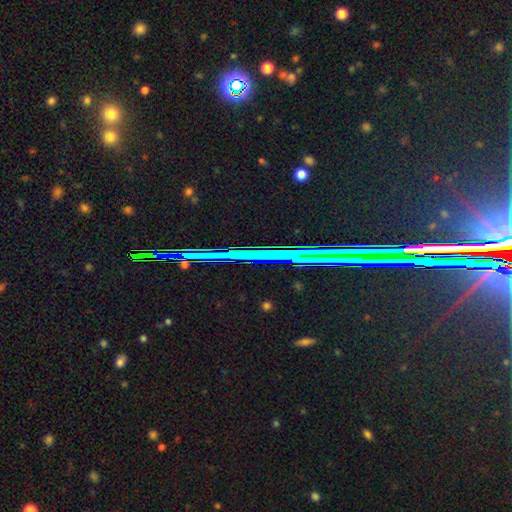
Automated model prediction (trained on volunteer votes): Smooth or featured?
  - star or artifact: 68% *
  - featured or disk: 21%
  - smooth: 11%